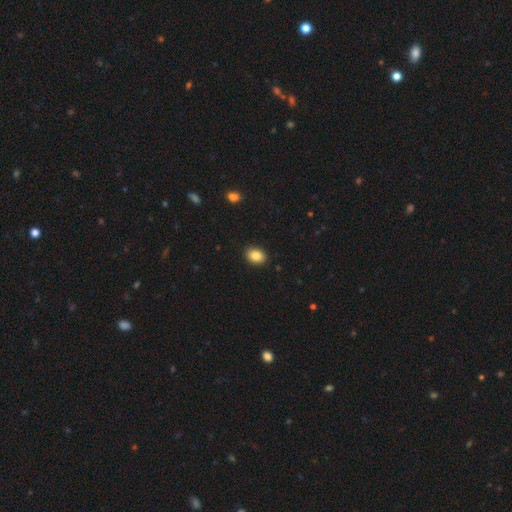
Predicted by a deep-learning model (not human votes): The model was most divided on "how rounded": in between: 72%, round: 27%, cigar-shaped: 1%. More confident: merging — none (90%); smooth or featured — smooth (86%).